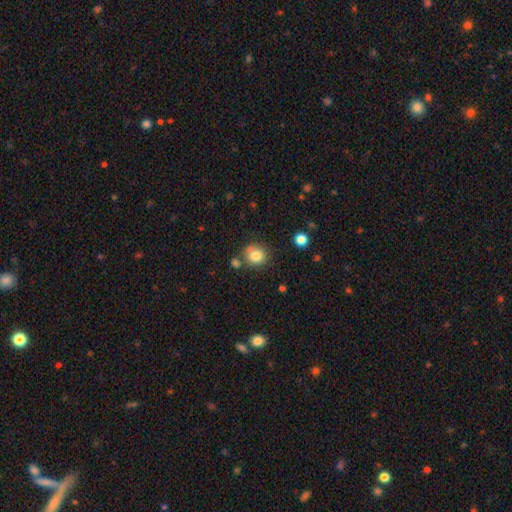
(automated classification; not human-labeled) Q: Smooth or featured?
A: smooth (81%); runner-up: star or artifact (11%)
Q: How rounded?
A: round (84%); runner-up: in between (15%)
Q: Merging?
A: none (70%); runner-up: minor disturbance (14%)